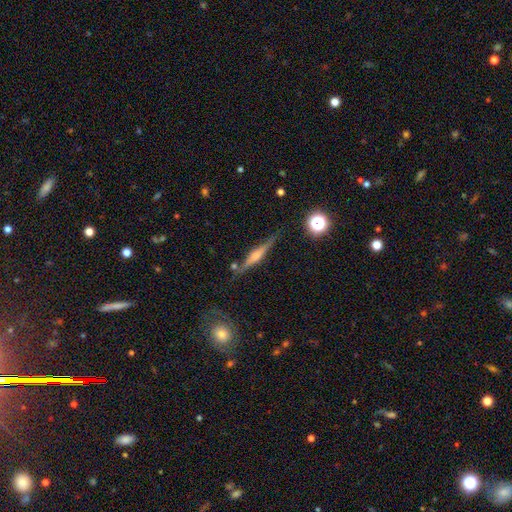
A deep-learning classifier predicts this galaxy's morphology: Q: Smooth or featured?
A: featured or disk (70%); runner-up: smooth (21%)
Q: Edge-on disk?
A: yes (97%); runner-up: no (3%)
Q: Edge-on bulge?
A: rounded (76%); runner-up: boxy (16%)
Q: Merging?
A: none (81%); runner-up: minor disturbance (12%)